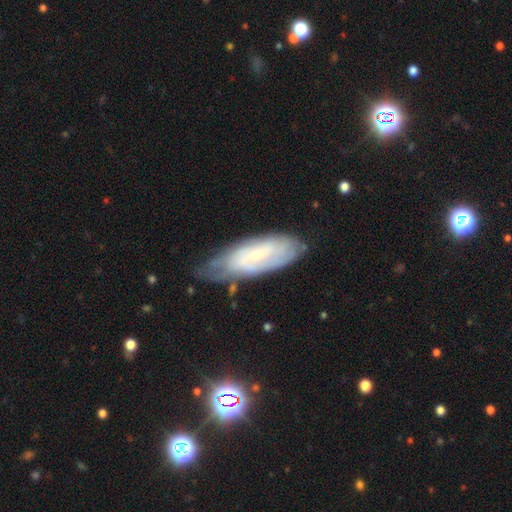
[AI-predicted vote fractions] smooth_or_featured: featured or disk (p=0.58) [alt: smooth p=0.35]
disk_edge_on: no (p=0.85) [alt: yes p=0.15]
merging: none (p=0.57) [alt: minor disturbance p=0.31]